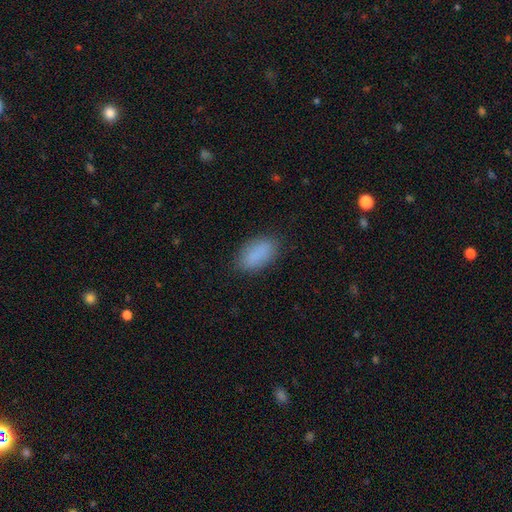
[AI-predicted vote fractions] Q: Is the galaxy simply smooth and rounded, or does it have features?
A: smooth — 87%.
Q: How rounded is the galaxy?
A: in between — 91%.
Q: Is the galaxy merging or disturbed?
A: none — 85%.